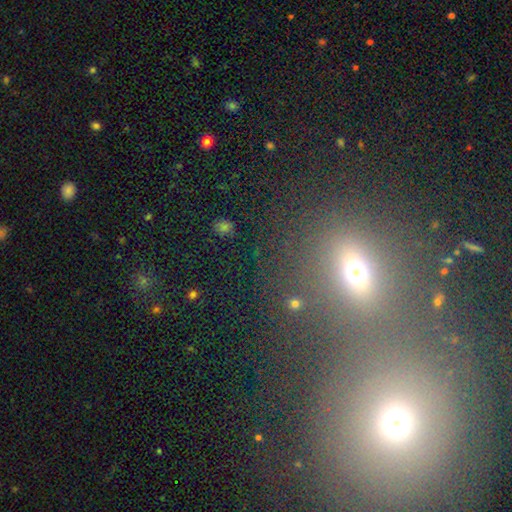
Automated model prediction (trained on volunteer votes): smooth-or-featured: star or artifact: 42% | smooth: 41% | featured or disk: 17%